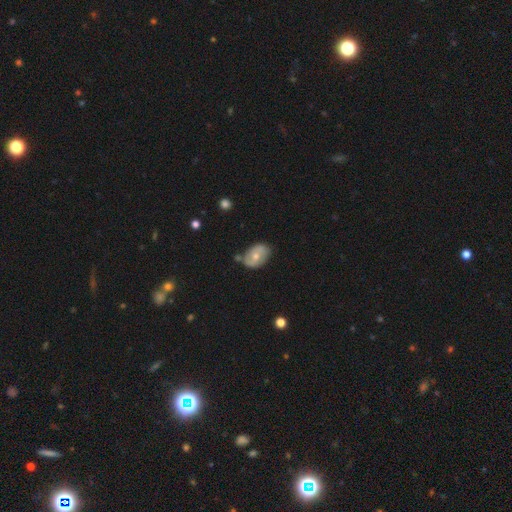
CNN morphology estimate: Smooth or featured? Predicted: smooth (p=0.48). Merging? Predicted: none (p=0.60).